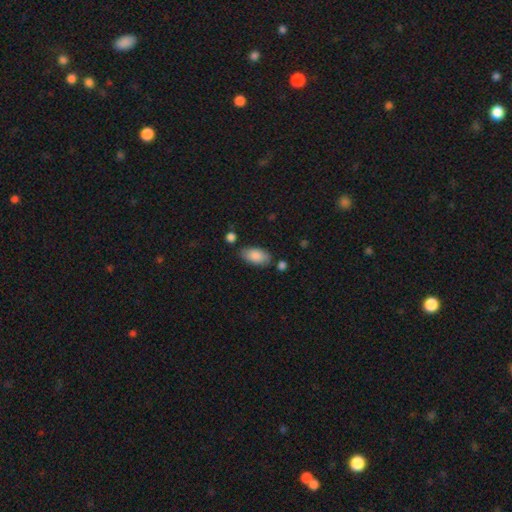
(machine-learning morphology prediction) Overall: smooth (86%). How rounded: in between (94%). Merging: none (75%).